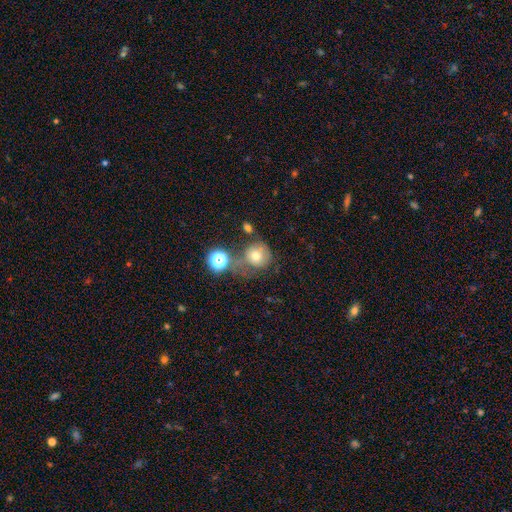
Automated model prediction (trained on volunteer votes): A smooth galaxy with no disk features (66%) that is round (85%).

Vote fractions:
- Smooth or featured? smooth: 66% / featured or disk: 17% / star or artifact: 17%
- How rounded? round: 85% / in between: 14% / cigar-shaped: 1%
- Merging? none: 43% / minor disturbance: 22% / merger: 18% / major disturbance: 17%